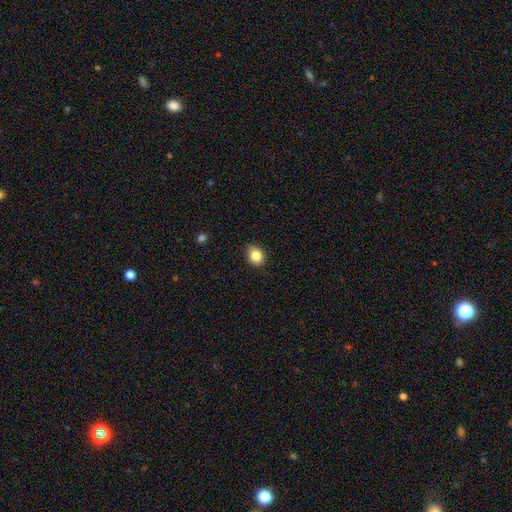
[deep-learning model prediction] Smooth or featured: smooth — 84% (star or artifact — 10%)
How rounded: round — 68% (in between — 31%)
Merging: none — 86% (minor disturbance — 11%)